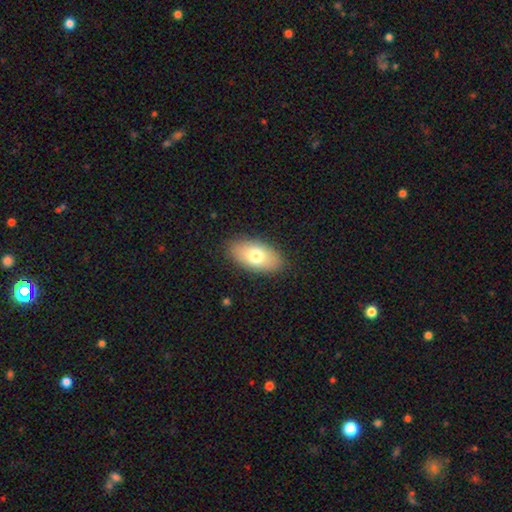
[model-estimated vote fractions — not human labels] A smooth galaxy with no disk features (73%) that is in between round and cigar-shaped (93%).

Vote fractions:
- Smooth or featured? smooth: 73% / featured or disk: 20% / star or artifact: 8%
- How rounded? in between: 93% / round: 4% / cigar-shaped: 3%
- Merging? none: 86% / minor disturbance: 10% / major disturbance: 3% / merger: 1%